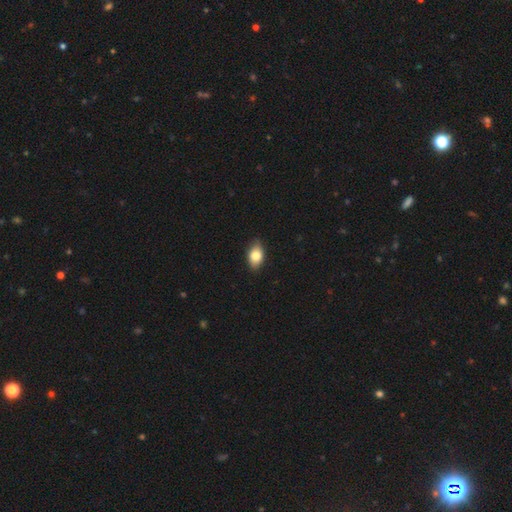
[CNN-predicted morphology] Q: Smooth or featured?
A: smooth (81%); runner-up: featured or disk (12%)
Q: How rounded?
A: in between (87%); runner-up: round (10%)
Q: Merging?
A: none (84%); runner-up: minor disturbance (13%)